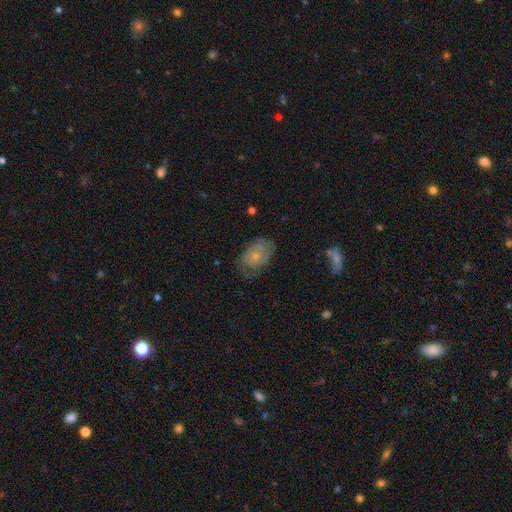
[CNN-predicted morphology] This is possibly a smooth galaxy (49%). Merging: likely none (62%).